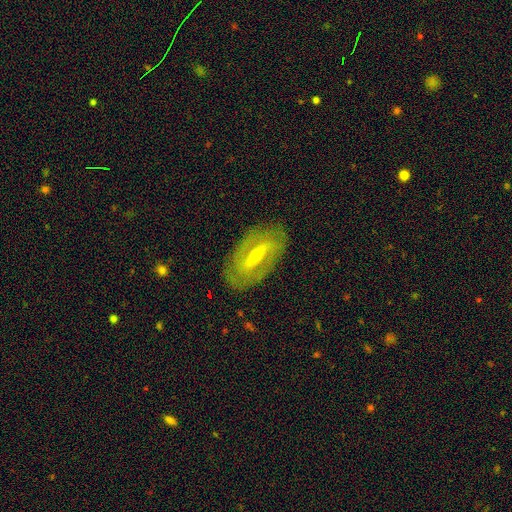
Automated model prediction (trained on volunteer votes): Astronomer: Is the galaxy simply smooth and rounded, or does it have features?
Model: featured or disk — 78%.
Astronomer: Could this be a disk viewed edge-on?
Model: no — 85%.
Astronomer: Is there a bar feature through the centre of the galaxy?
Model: strong — 59%.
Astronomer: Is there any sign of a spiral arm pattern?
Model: yes — 58% (runner-up: no, 42%).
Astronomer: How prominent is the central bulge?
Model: small — 54% (runner-up: moderate, 42%).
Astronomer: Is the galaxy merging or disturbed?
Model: none — 82%.